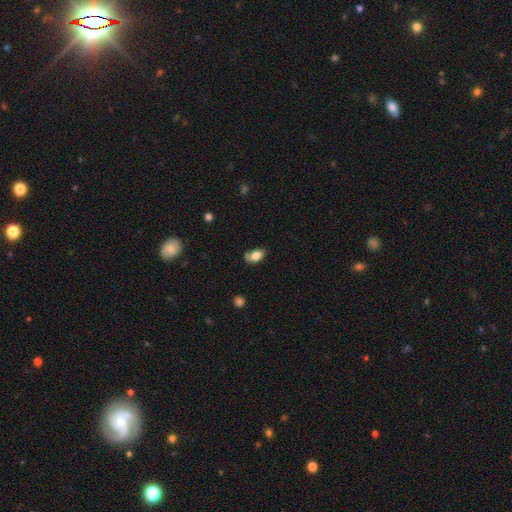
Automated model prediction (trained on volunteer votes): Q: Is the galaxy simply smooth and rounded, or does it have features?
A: smooth — 80%.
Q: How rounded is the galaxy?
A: in between — 91%.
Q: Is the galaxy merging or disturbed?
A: none — 57%.